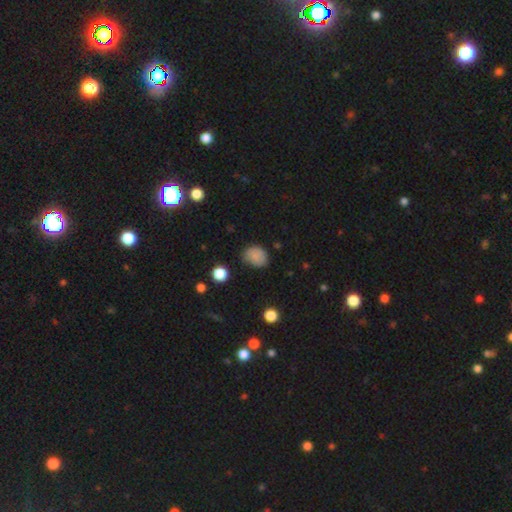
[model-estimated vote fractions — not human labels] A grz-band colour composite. It shows a smooth galaxy with no disk features (83%) that is round (51%). Merging: none (66%).